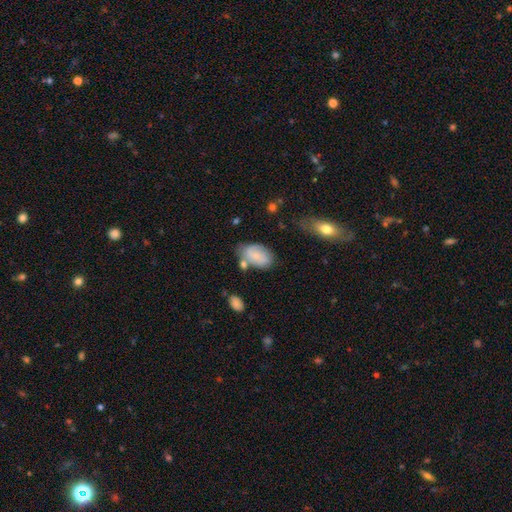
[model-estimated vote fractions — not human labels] A smooth galaxy with no disk features (65%) that is in between round and cigar-shaped (89%).

Vote fractions:
- Smooth or featured? smooth: 65% / featured or disk: 27% / star or artifact: 8%
- How rounded? in between: 89% / round: 9% / cigar-shaped: 1%
- Merging? none: 55% / minor disturbance: 24% / merger: 13% / major disturbance: 8%